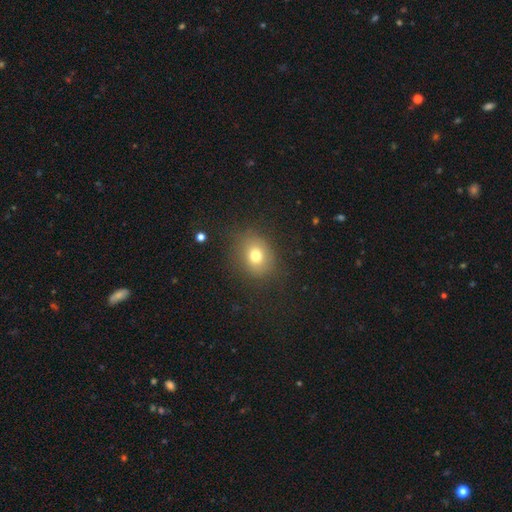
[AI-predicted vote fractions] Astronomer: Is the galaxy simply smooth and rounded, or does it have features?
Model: smooth — 74%.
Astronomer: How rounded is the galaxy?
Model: round — 58% (runner-up: in between, 41%).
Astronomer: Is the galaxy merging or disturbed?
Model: none — 79%.